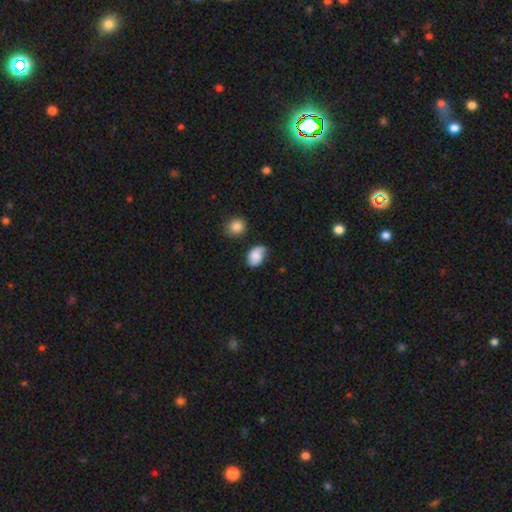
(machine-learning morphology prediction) Overall: smooth (78%). How rounded: in between (83%). Merging: none (55%; minor disturbance 33%).